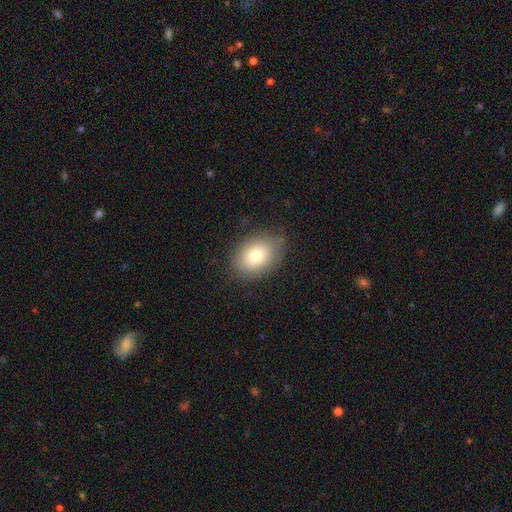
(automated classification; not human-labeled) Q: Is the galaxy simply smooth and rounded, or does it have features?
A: smooth — 78%.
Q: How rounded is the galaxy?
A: in between — 69%.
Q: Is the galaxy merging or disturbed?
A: none — 82%.